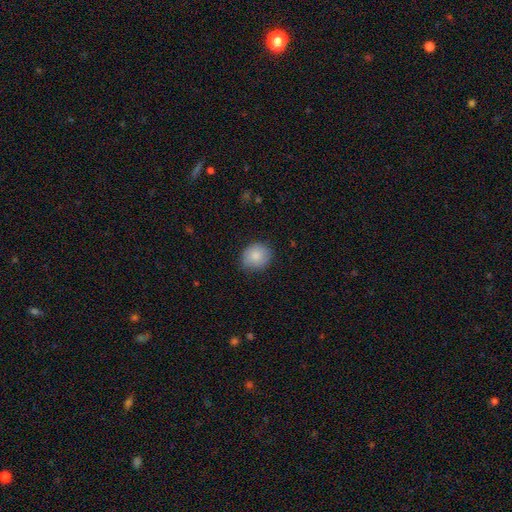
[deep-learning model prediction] Smooth or featured?
  - smooth: 86% *
  - star or artifact: 7%
  - featured or disk: 6%
How rounded?
  - round: 75% *
  - in between: 24%
  - cigar-shaped: 1%
Merging?
  - none: 80% *
  - minor disturbance: 16%
  - major disturbance: 3%
  - merger: 1%